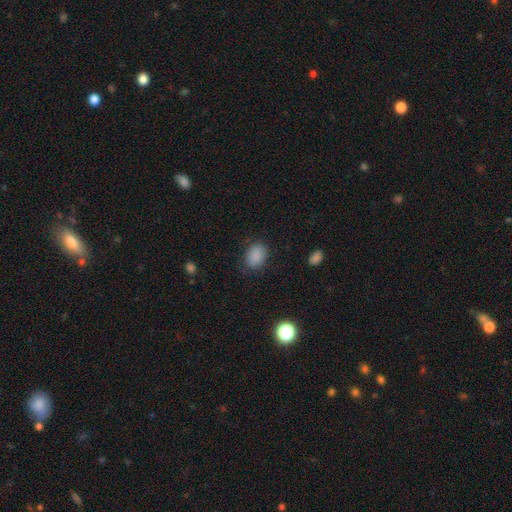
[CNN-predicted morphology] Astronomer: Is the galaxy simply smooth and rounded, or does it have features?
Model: smooth — 87%.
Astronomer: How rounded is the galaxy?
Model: in between — 68%.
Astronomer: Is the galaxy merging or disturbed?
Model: none — 81%.